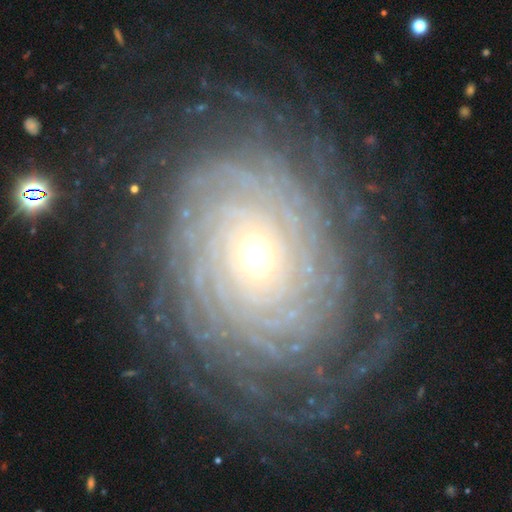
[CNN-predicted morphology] Smooth or featured? Predicted: featured or disk (p=0.90). Edge-on disk? Predicted: no (p=0.97). Bar? Predicted: no (p=0.75). Spiral arms? Predicted: yes (p=0.97). Spiral winding? Predicted: tight (p=0.89). Spiral arm count? Predicted: more than 4 (p=0.41). Bulge size? Predicted: small (p=0.62). Merging? Predicted: none (p=0.79).